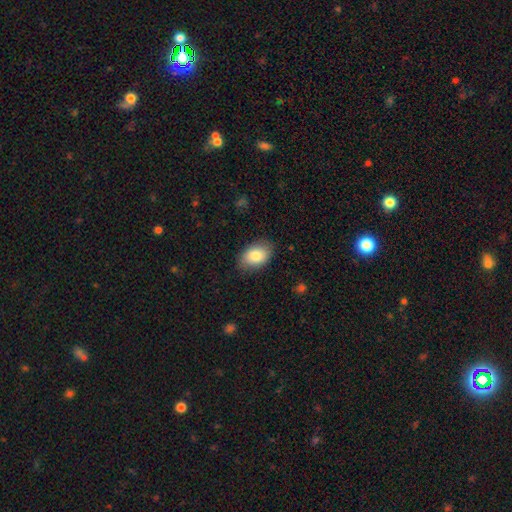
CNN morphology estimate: Smooth or featured? Predicted: smooth (p=0.84). How rounded? Predicted: in between (p=0.88). Merging? Predicted: none (p=0.83).